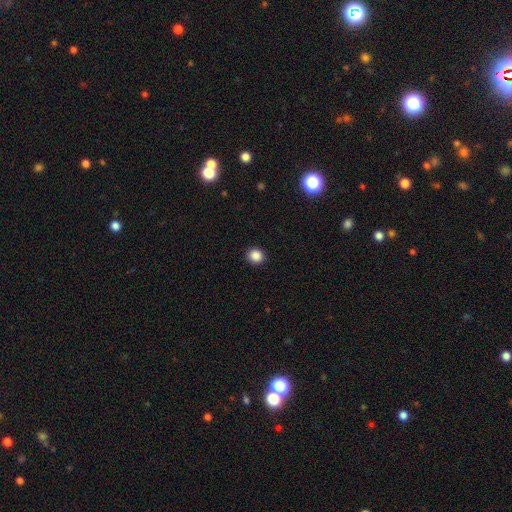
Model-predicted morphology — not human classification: Smooth or featured?
  - smooth: 87% *
  - star or artifact: 10%
  - featured or disk: 3%
How rounded?
  - round: 85% *
  - in between: 14%
  - cigar-shaped: 1%
Merging?
  - none: 92% *
  - minor disturbance: 5%
  - major disturbance: 2%
  - merger: 1%